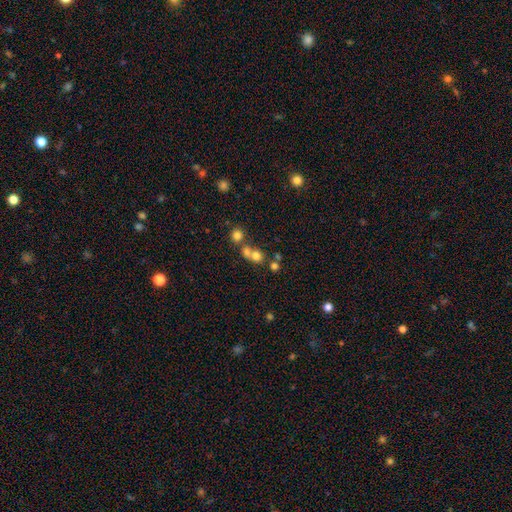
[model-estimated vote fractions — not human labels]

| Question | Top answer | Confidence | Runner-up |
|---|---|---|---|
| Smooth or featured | smooth | 70% | star or artifact (16%) |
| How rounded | round | 82% | in between (17%) |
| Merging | merger | 49% | none (41%) |